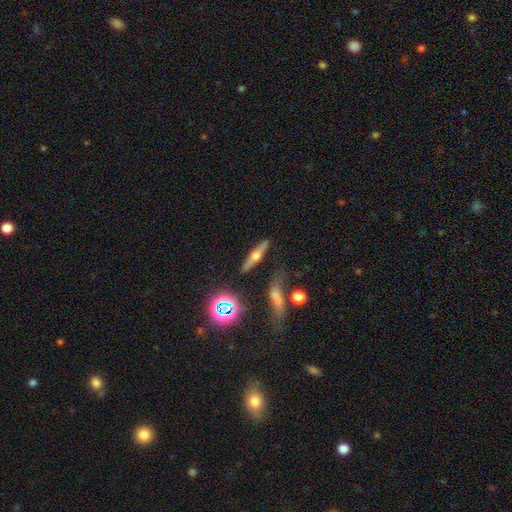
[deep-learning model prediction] smooth_or_featured: featured or disk (p=0.55) [alt: smooth p=0.34]
disk_edge_on: yes (p=0.90) [alt: no p=0.10]
merging: none (p=0.82) [alt: minor disturbance p=0.11]